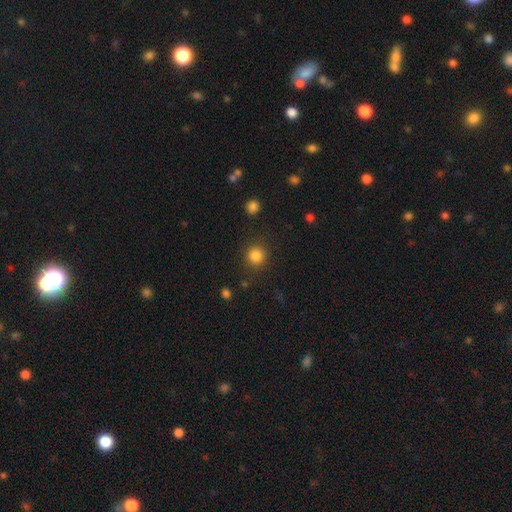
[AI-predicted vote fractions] smooth-or-featured: smooth: 84% | star or artifact: 12% | featured or disk: 4%
  how-rounded: round: 93% | in between: 6% | cigar-shaped: 1%
  merging: none: 89% | minor disturbance: 7% | major disturbance: 3% | merger: 2%